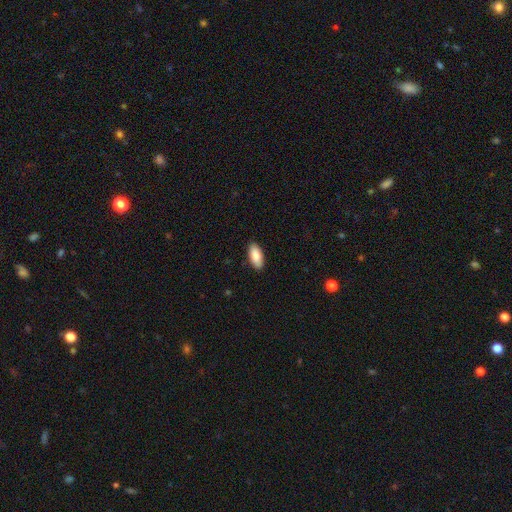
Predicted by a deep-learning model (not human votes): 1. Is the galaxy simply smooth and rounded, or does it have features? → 86% smooth, 8% featured or disk, 6% star or artifact.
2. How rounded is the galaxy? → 89% in between, 10% cigar-shaped, 2% round.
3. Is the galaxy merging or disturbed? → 90% none, 8% minor disturbance, 2% major disturbance, 1% merger.